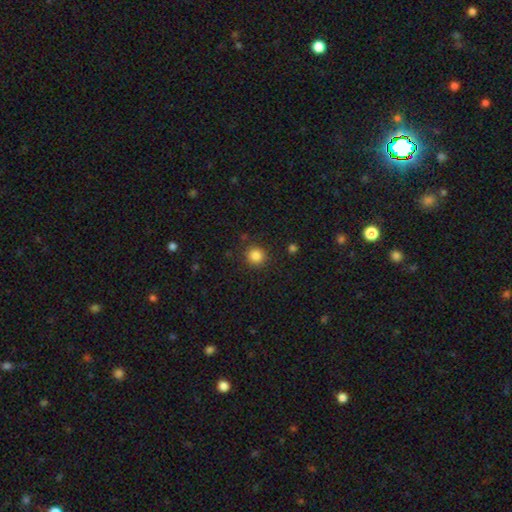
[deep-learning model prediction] Smooth or featured? smooth (85%)
How rounded? round (93%)
Merging? none (88%)